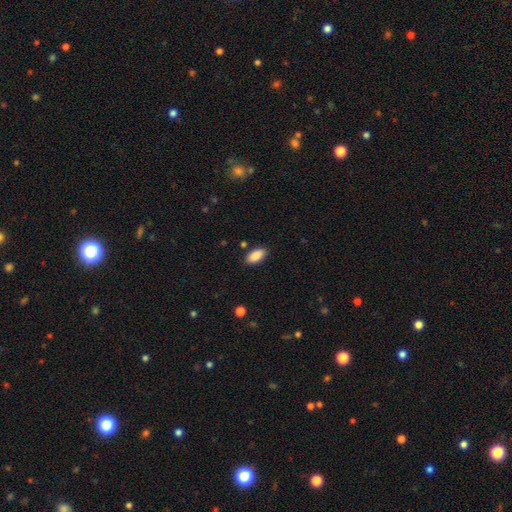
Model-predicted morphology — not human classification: A smooth galaxy with no disk features (89%) that is in between round and cigar-shaped (91%).

Vote fractions:
- Smooth or featured? smooth: 89% / star or artifact: 7% / featured or disk: 4%
- How rounded? in between: 91% / cigar-shaped: 6% / round: 2%
- Merging? none: 86% / minor disturbance: 10% / major disturbance: 2% / merger: 2%